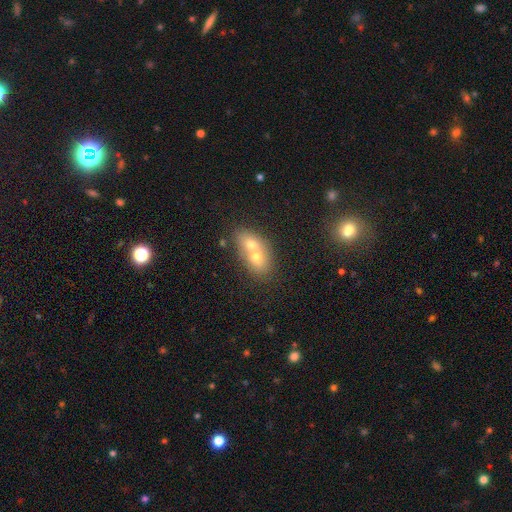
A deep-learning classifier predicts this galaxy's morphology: Overall: smooth (58%; featured or disk 27%). How rounded: in between (59%; round 38%). Merging: merger (70%).